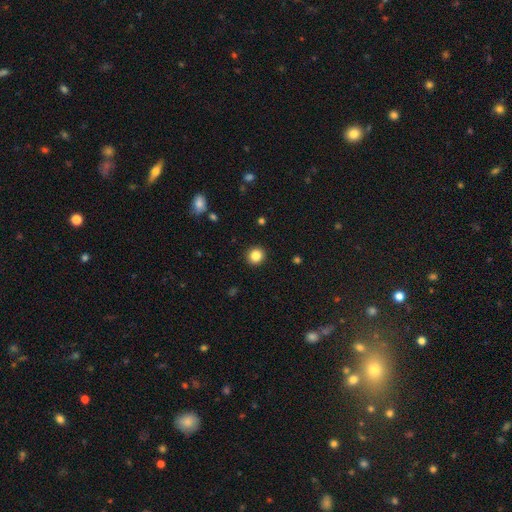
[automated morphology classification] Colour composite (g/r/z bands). It shows a smooth galaxy with no disk features (85%) that is round (93%). Merging: none (93%).